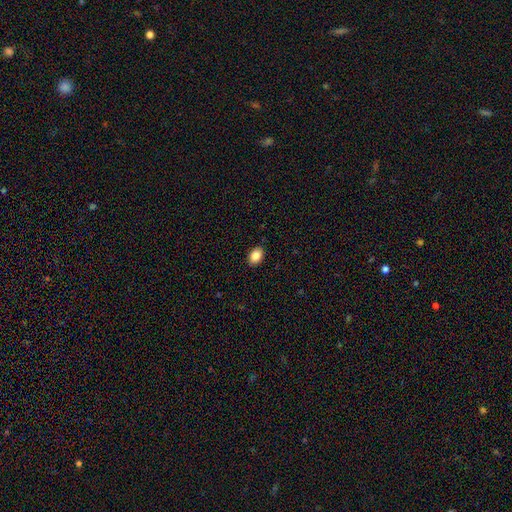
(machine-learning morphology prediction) type=smooth (86%); roundness=in between (81%); merging=none (89%).